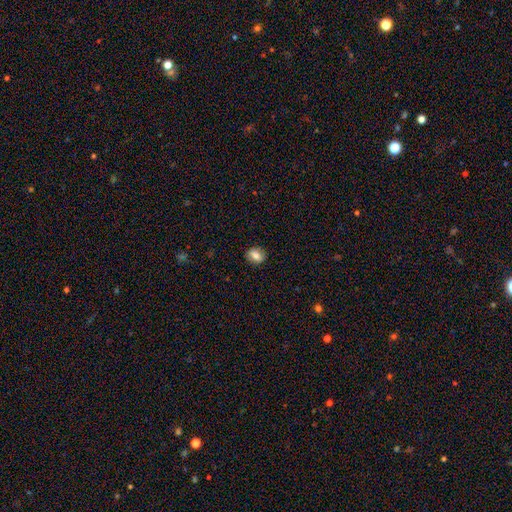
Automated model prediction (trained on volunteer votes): Smooth or featured? smooth (73%)
How rounded? round (50%)
Merging? none (87%)